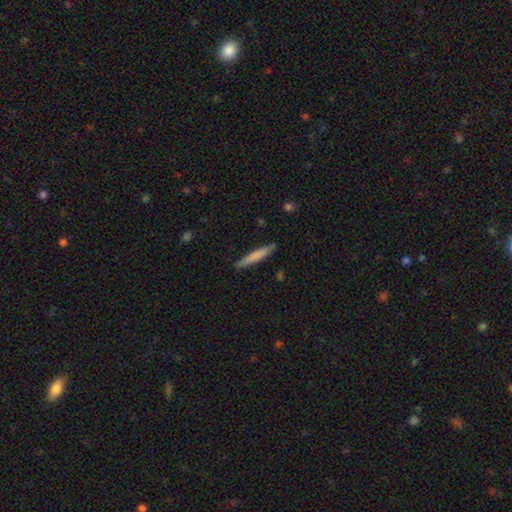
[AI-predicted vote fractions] Overall: smooth (72%). How rounded: cigar-shaped (95%). Merging: none (88%).